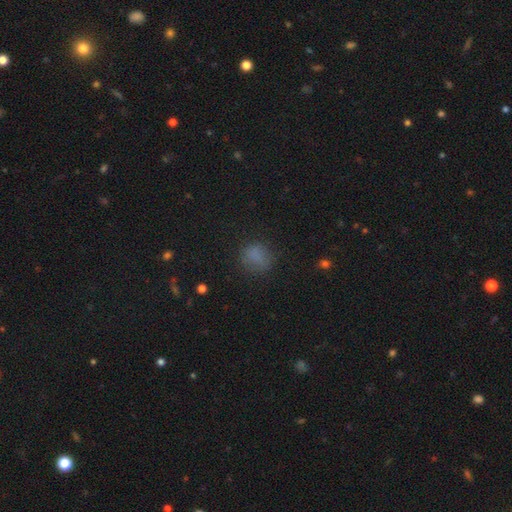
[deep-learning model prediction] Smooth or featured?
  - smooth: 76% *
  - star or artifact: 17%
  - featured or disk: 8%
How rounded?
  - round: 67% *
  - in between: 31%
  - cigar-shaped: 2%
Merging?
  - none: 71% *
  - minor disturbance: 19%
  - major disturbance: 9%
  - merger: 2%